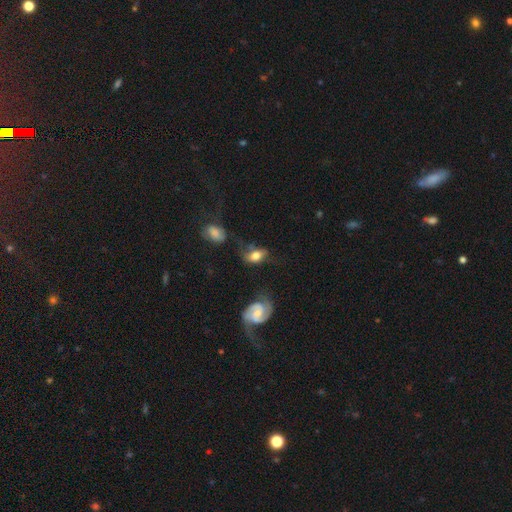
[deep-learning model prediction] Smooth or featured? smooth (58%)
How rounded? in between (83%)
Merging? none (43%)